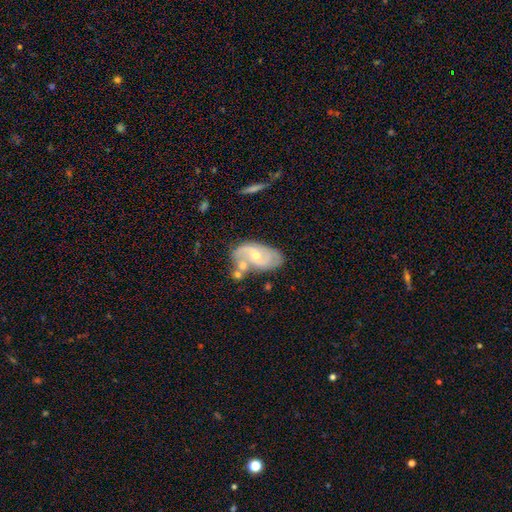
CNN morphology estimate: featured or disk 74%, smooth 20%, star or artifact 6%. Down the decision tree: edge-on disk — no (95%); bar — no (50%); spiral arms — yes (88%); spiral arm count — 2 (73%); spiral winding — medium (45%); bulge size — small (52%); merging — none (48%).